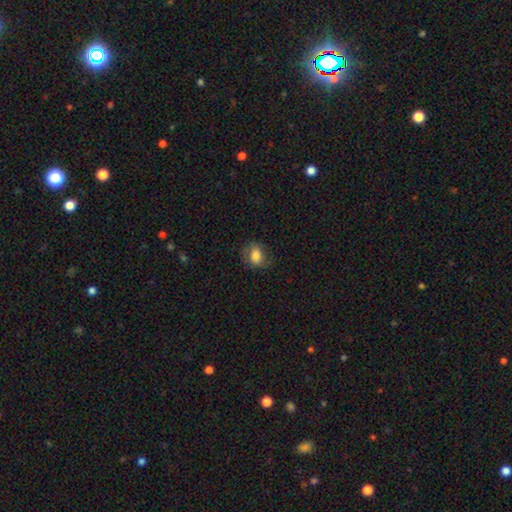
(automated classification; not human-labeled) Q: Smooth or featured?
A: smooth (70%); runner-up: featured or disk (21%)
Q: How rounded?
A: in between (64%); runner-up: round (35%)
Q: Merging?
A: none (70%); runner-up: minor disturbance (20%)